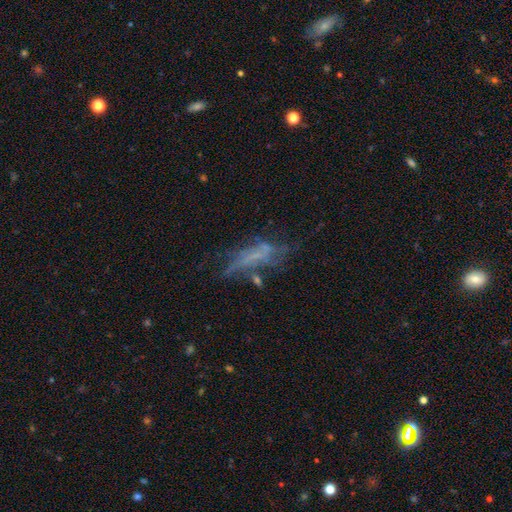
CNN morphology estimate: This appears to be a featured or disk galaxy (49%). Merging: none (42%).